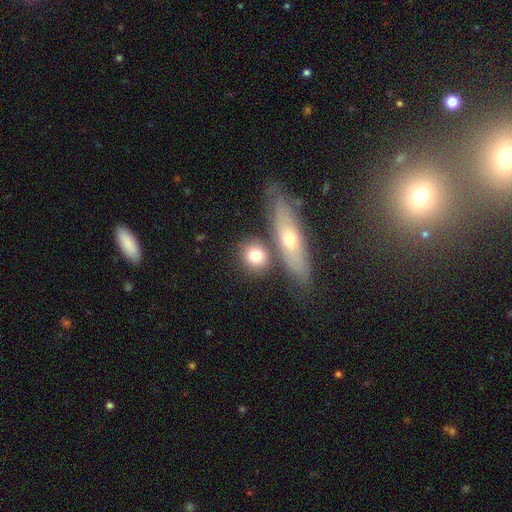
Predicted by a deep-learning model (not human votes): smooth-or-featured: smooth: 74% | featured or disk: 19% | star or artifact: 8%
  how-rounded: round: 63% | in between: 28% | cigar-shaped: 9%
  merging: none: 62% | merger: 23% | minor disturbance: 11% | major disturbance: 4%